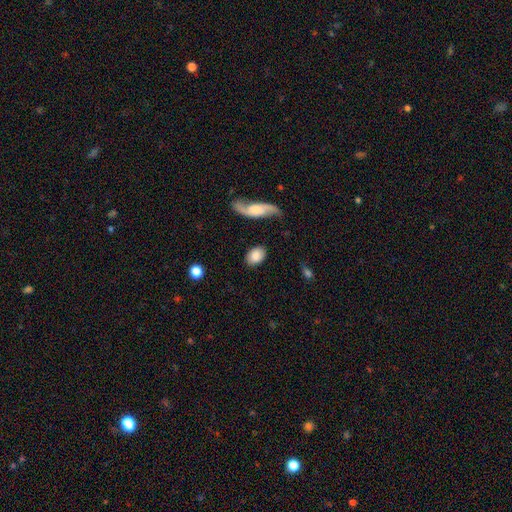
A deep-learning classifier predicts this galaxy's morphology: Smooth or featured? Predicted: smooth (p=0.81). How rounded? Predicted: in between (p=0.79). Merging? Predicted: none (p=0.80).